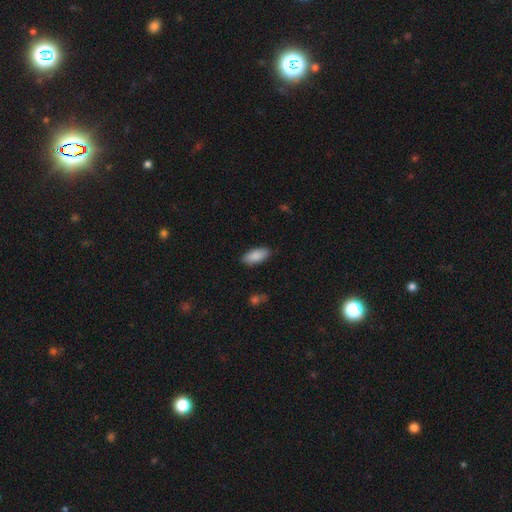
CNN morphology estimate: The model was most divided on "merging": none: 86%, minor disturbance: 11%, major disturbance: 2%, merger: 1%. More confident: smooth or featured — smooth (89%); how rounded — in between (87%).